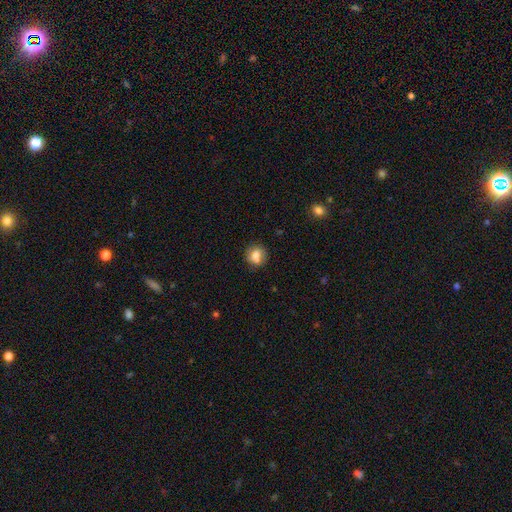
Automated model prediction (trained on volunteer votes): The model was most divided on "how rounded": round: 72%, in between: 27%, cigar-shaped: 1%. More confident: smooth or featured — smooth (76%); merging — none (70%).